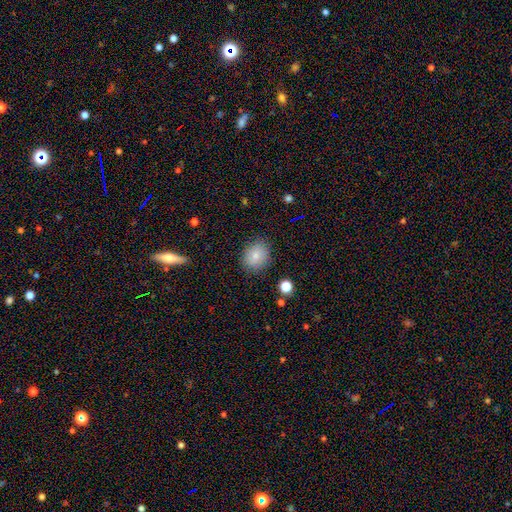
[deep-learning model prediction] Smooth or featured? smooth (81%)
How rounded? round (55%)
Merging? none (84%)